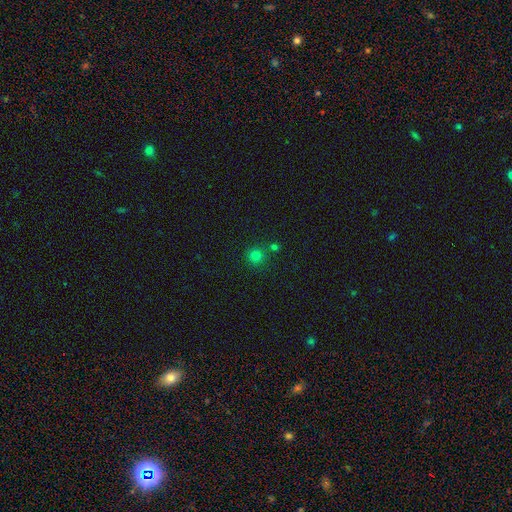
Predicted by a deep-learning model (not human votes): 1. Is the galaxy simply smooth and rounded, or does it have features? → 75% smooth, 20% star or artifact, 5% featured or disk.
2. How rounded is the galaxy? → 93% round, 6% in between, 1% cigar-shaped.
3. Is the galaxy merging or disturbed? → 74% none, 16% merger, 8% minor disturbance, 3% major disturbance.